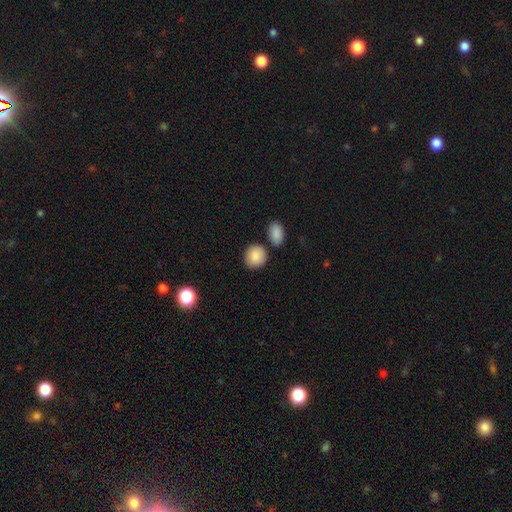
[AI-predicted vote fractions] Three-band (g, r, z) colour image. It shows a smooth galaxy with no disk features (87%) that is round (77%). Merging: none (79%).